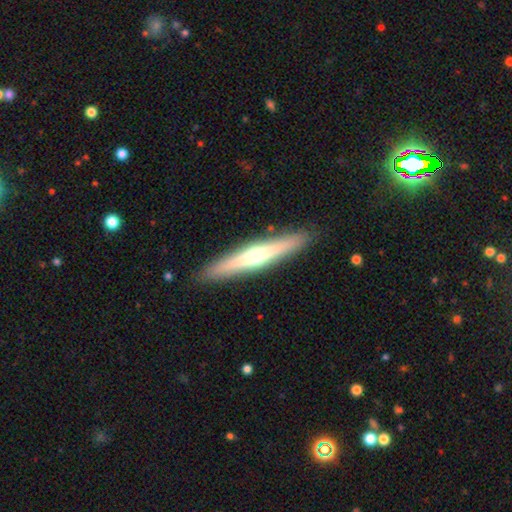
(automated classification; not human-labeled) A featured or disk galaxy (61%) viewed edge-on (95%) with a rounded central bulge (89%).

Vote fractions:
- Smooth or featured? featured or disk: 61% / smooth: 33% / star or artifact: 6%
- Edge-on disk? yes: 95% / no: 5%
- Edge-on bulge? rounded: 89% / none: 7% / boxy: 4%
- Merging? none: 90% / minor disturbance: 7% / major disturbance: 2% / merger: 1%